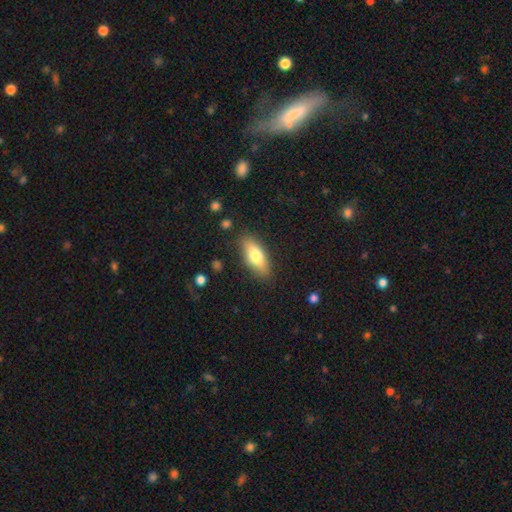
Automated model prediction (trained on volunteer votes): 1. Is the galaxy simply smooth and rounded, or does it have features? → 72% smooth, 21% featured or disk, 6% star or artifact.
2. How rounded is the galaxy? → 73% in between, 24% cigar-shaped, 3% round.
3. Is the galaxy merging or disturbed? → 84% none, 12% minor disturbance, 3% major disturbance, 2% merger.